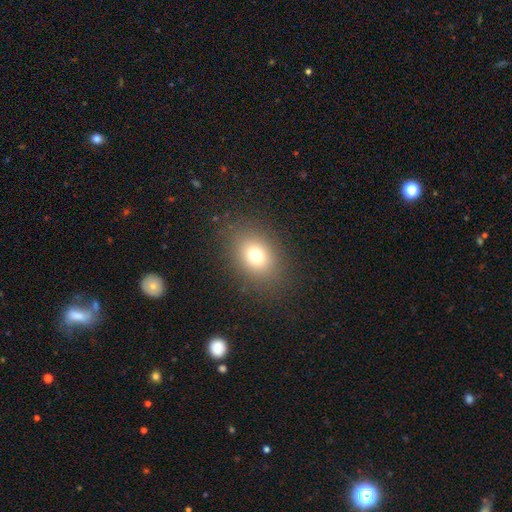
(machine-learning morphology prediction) smooth-or-featured: smooth: 73% | star or artifact: 16% | featured or disk: 11%
  how-rounded: in between: 55% | round: 44% | cigar-shaped: 1%
  merging: none: 86% | minor disturbance: 8% | major disturbance: 5% | merger: 1%